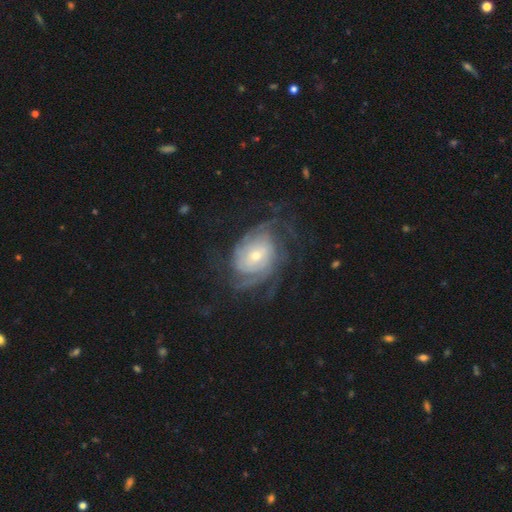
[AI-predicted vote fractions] Smooth or featured?
  - featured or disk: 86% *
  - smooth: 9%
  - star or artifact: 6%
Edge-on disk?
  - no: 97% *
  - yes: 3%
Bar?
  - no: 64% *
  - weak: 28%
  - strong: 8%
Spiral arms?
  - yes: 95% *
  - no: 5%
Spiral winding?
  - tight: 59% *
  - medium: 29%
  - loose: 12%
Spiral arm count?
  - can't tell: 34% *
  - 2: 21%
  - 3: 17%
  - 4: 14%
  - more than 4: 8%
  - 1: 7%
Bulge size?
  - small: 54% *
  - moderate: 38%
  - large: 5%
  - none: 1%
  - dominant: 1%
Merging?
  - none: 63% *
  - major disturbance: 18%
  - minor disturbance: 17%
  - merger: 1%